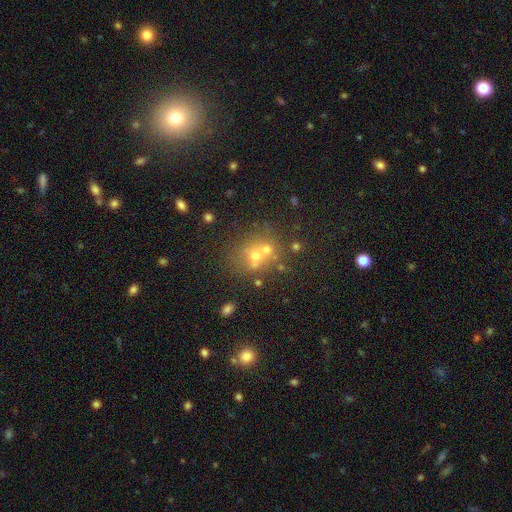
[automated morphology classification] smooth_or_featured: smooth (p=0.51) [alt: star or artifact p=0.28]
how_rounded: round (p=0.74) [alt: in between p=0.25]
merging: none (p=0.47) [alt: merger p=0.40]